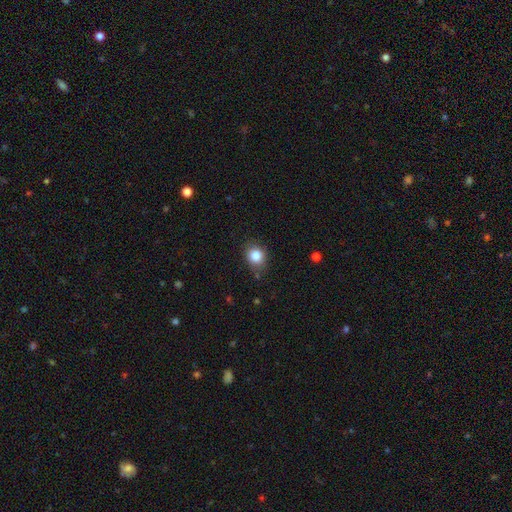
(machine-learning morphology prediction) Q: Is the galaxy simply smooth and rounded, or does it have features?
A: smooth — 85%.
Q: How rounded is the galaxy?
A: round — 67%.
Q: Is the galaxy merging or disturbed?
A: none — 78%.